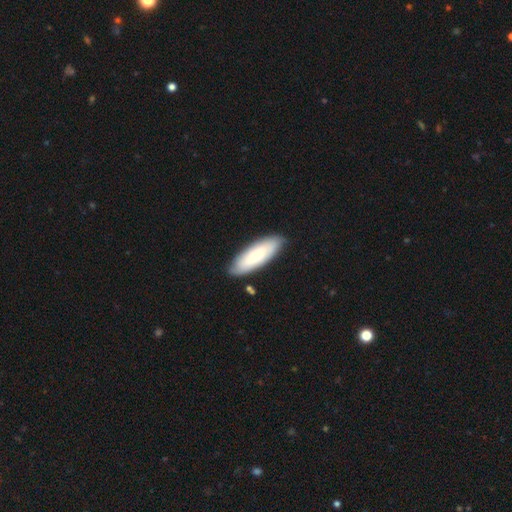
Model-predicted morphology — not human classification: Overall: smooth (67%; featured or disk 28%). How rounded: in between (63%; cigar-shaped 36%). Merging: none (84%).